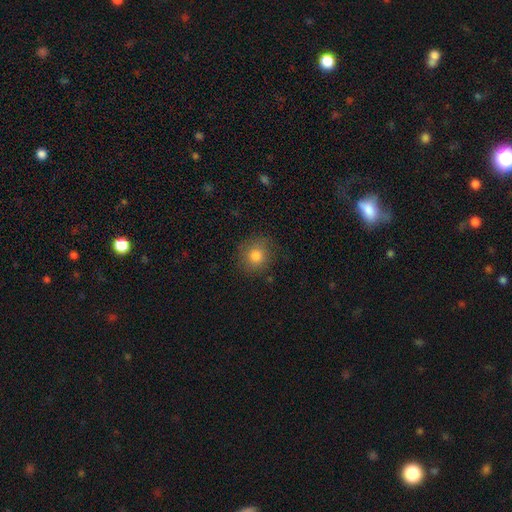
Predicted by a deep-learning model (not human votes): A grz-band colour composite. It shows a smooth galaxy with no disk features (82%) that is round (89%). Merging: none (82%).